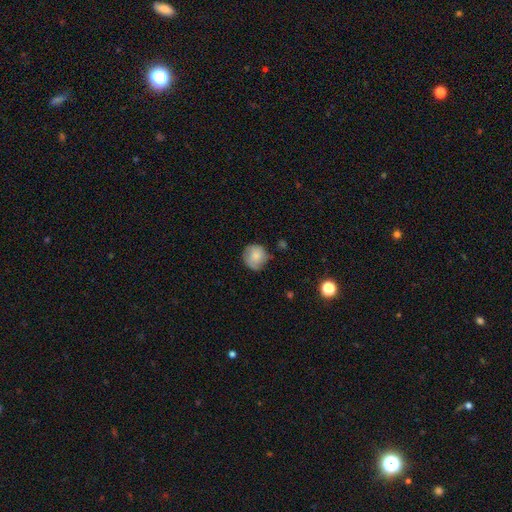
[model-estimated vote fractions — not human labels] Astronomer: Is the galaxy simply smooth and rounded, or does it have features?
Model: smooth — 73%.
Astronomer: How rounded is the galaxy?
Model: round — 88%.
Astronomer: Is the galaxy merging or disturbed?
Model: none — 66%.